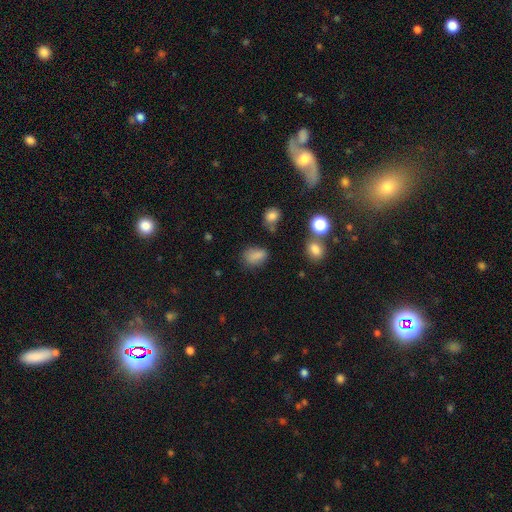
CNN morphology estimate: Overall: smooth (81%). How rounded: in between (79%). Merging: none (64%).